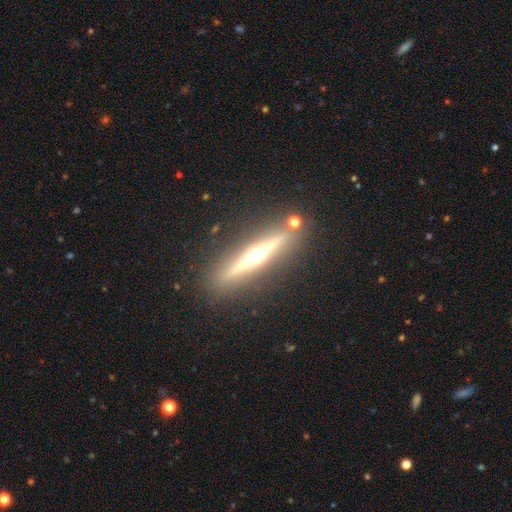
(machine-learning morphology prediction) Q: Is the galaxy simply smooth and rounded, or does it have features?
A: featured or disk — 77%.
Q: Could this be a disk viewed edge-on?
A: yes — 97%.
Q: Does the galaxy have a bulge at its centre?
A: rounded — 94%.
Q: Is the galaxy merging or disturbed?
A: none — 87%.